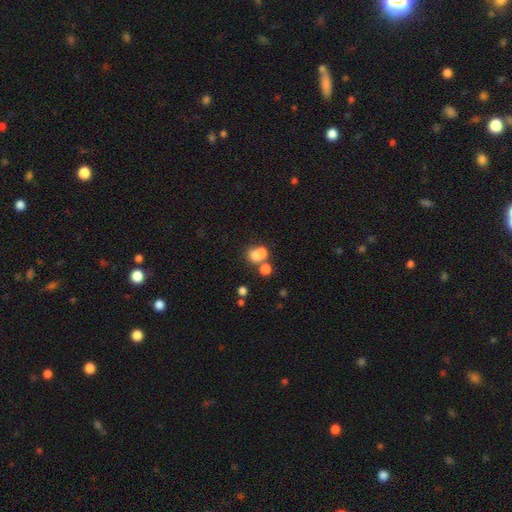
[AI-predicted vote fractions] This appears to be a smooth galaxy with no disk features (68%) that is round (66%). Merging: merger (57%).